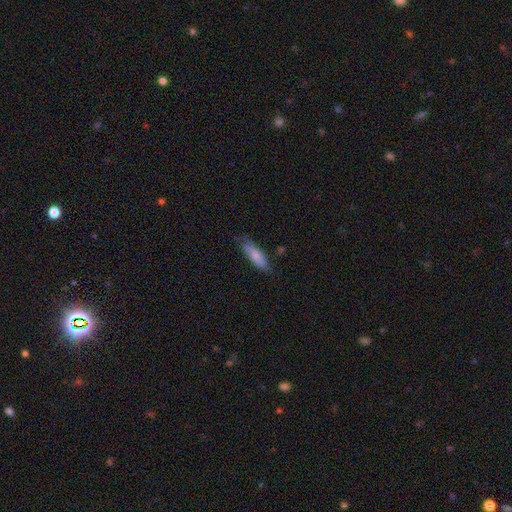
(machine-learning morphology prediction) smooth-or-featured: smooth: 70% | featured or disk: 24% | star or artifact: 6%
  how-rounded: in between: 54% | cigar-shaped: 44% | round: 2%
  merging: none: 67% | minor disturbance: 26% | major disturbance: 5% | merger: 2%